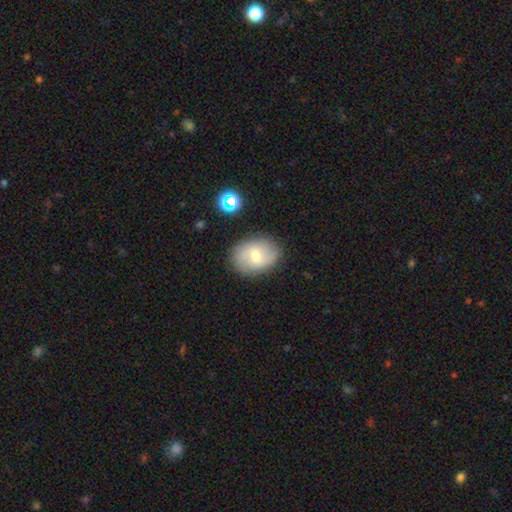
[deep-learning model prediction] smooth_or_featured: smooth (p=0.58) [alt: featured or disk p=0.33]
how_rounded: in between (p=0.65) [alt: round p=0.34]
merging: none (p=0.81) [alt: minor disturbance p=0.13]